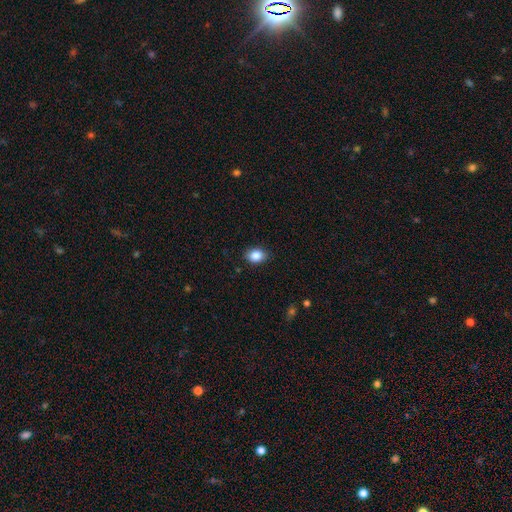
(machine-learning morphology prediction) A smooth galaxy with no disk features (86%) that is in between round and cigar-shaped (67%).

Vote fractions:
- Smooth or featured? smooth: 86% / star or artifact: 9% / featured or disk: 5%
- How rounded? in between: 67% / round: 32% / cigar-shaped: 1%
- Merging? none: 87% / minor disturbance: 10% / major disturbance: 2% / merger: 1%